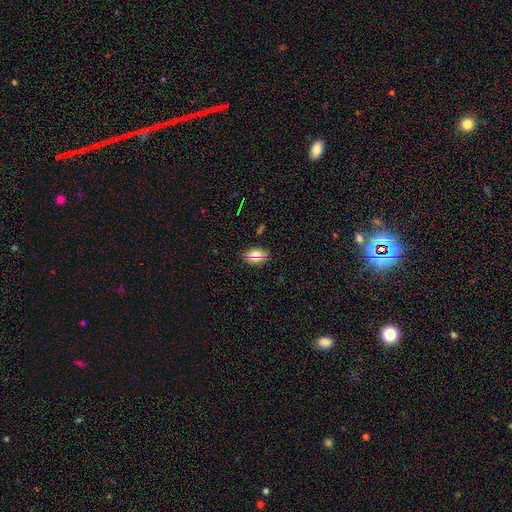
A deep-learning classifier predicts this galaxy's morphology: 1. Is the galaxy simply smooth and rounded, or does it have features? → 68% smooth, 16% star or artifact, 16% featured or disk.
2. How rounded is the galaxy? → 83% in between, 14% round, 3% cigar-shaped.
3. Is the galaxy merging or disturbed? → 84% none, 12% minor disturbance, 3% major disturbance, 1% merger.